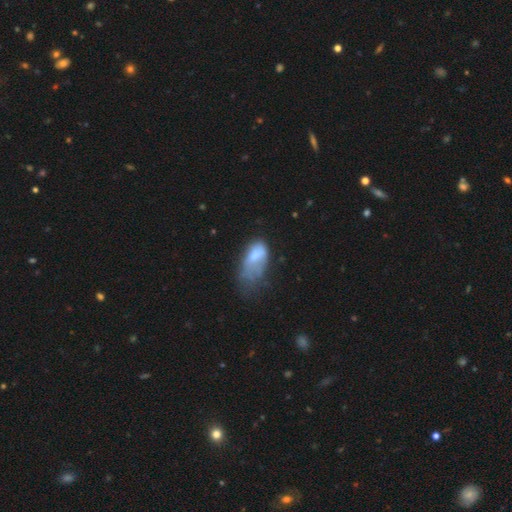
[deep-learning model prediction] This appears to be a smooth galaxy with no disk features (64%) that is in between round and cigar-shaped (91%). Merging: major disturbance (47%).